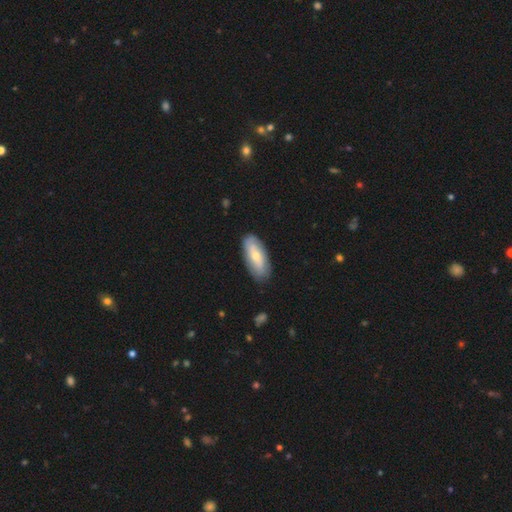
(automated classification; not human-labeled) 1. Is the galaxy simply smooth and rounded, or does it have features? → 52% smooth, 43% featured or disk, 5% star or artifact.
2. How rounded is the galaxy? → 84% in between, 13% cigar-shaped, 3% round.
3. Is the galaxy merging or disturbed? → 82% none, 14% minor disturbance, 3% major disturbance, 1% merger.